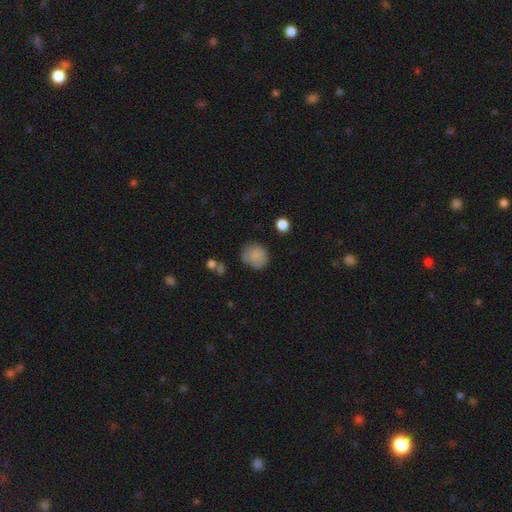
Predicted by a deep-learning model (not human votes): This appears to be a smooth galaxy with no disk features (80%) that is round (79%). Merging: none (66%).